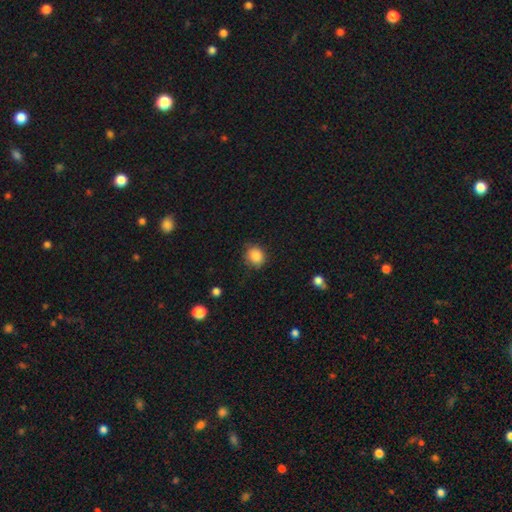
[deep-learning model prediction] Morphology: type=smooth (87%); roundness=round (69%); merging=none (77%).